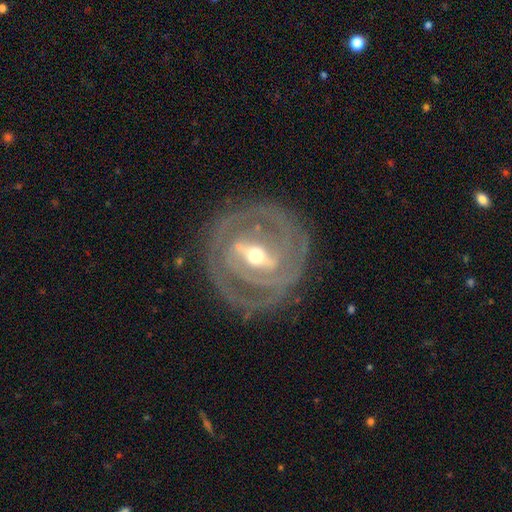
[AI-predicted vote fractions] Morphology: type=featured or disk (87%); edge-on=no (93%); bar=strong (63%); spiral arms=yes (78%); winding=tight (70%); arm count=2 (47%); bulge=moderate (58%); merging=none (80%).